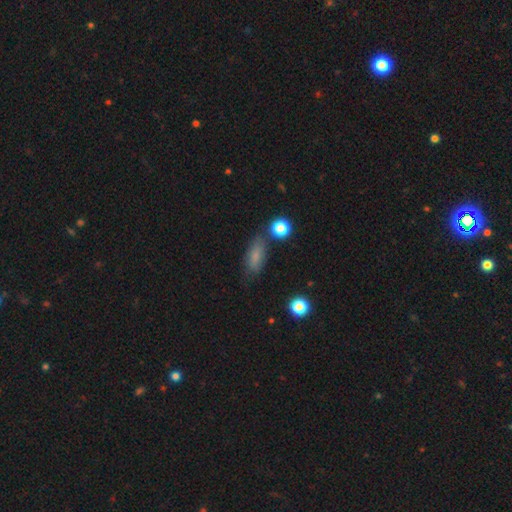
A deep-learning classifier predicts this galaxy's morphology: type=smooth (76%); roundness=in between (74%); merging=none (67%).